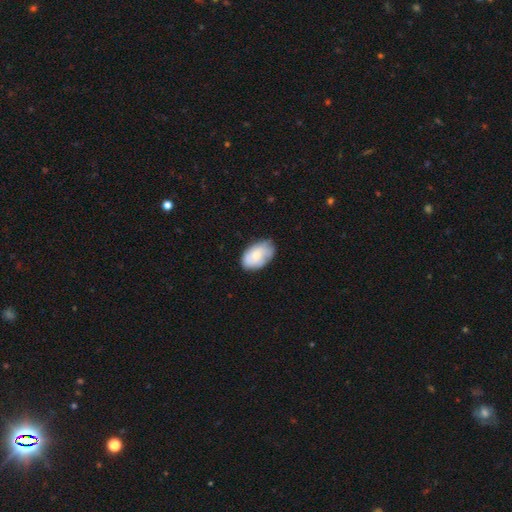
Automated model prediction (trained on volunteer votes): smooth 70%, featured or disk 24%, star or artifact 6%. Down the decision tree: how rounded — in between (92%); merging — none (70%).